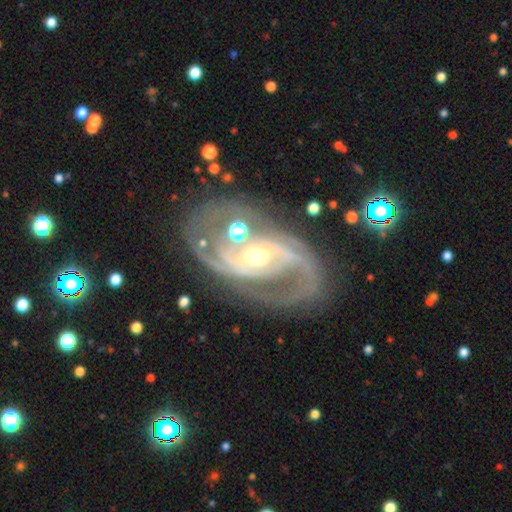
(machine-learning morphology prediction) This is clearly a featured or disk galaxy (90%). It is clearly not viewed edge-on (96%). Bar: marginally weak (38%). Spiral arm pattern: clearly yes (96%). Spiral arm count: likely 2 (74%). Spiral winding: possibly medium (48%). Central bulge: likely moderate (62%). Merging: likely none (66%).